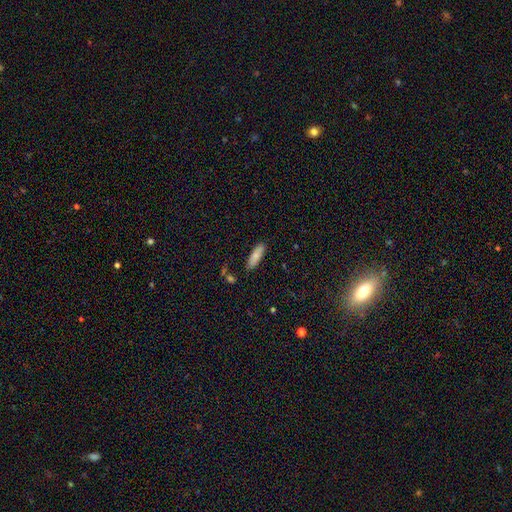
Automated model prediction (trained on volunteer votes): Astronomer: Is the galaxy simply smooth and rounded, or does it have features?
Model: smooth — 81%.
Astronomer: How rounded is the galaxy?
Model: cigar-shaped — 50% (runner-up: in between, 48%).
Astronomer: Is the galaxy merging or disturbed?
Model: none — 85%.